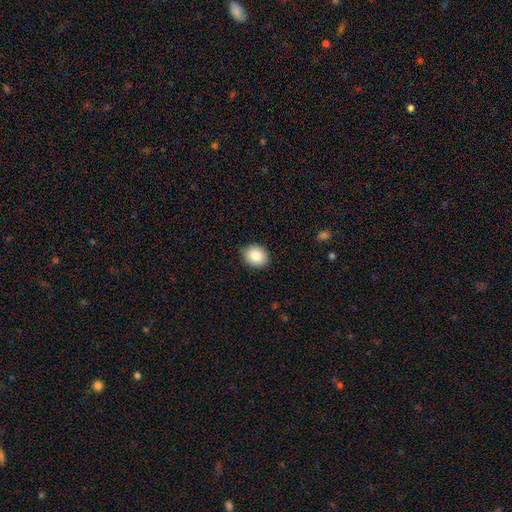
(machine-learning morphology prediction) Smooth or featured: smooth — 86% (star or artifact — 8%)
How rounded: round — 50% (in between — 49%)
Merging: none — 86% (minor disturbance — 11%)